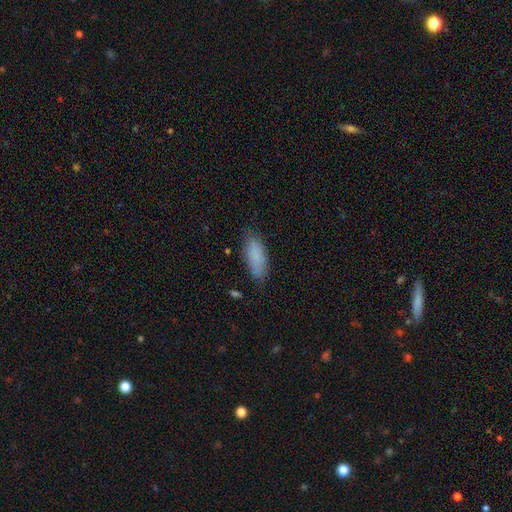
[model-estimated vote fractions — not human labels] Smooth or featured? Predicted: smooth (p=0.85). How rounded? Predicted: in between (p=0.73). Merging? Predicted: none (p=0.79).